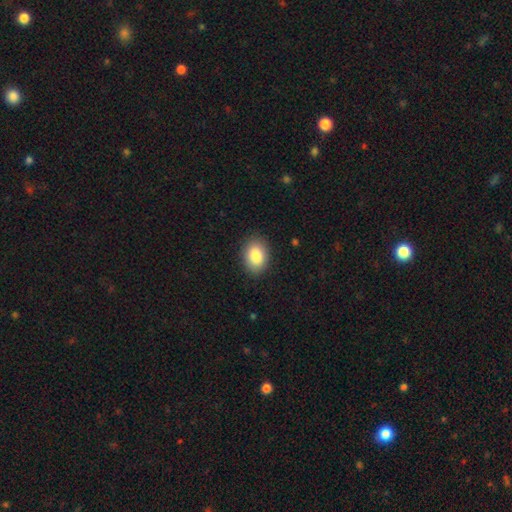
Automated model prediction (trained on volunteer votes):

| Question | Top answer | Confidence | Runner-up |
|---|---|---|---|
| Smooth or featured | smooth | 86% | star or artifact (7%) |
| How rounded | in between | 78% | round (21%) |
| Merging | none | 88% | minor disturbance (9%) |